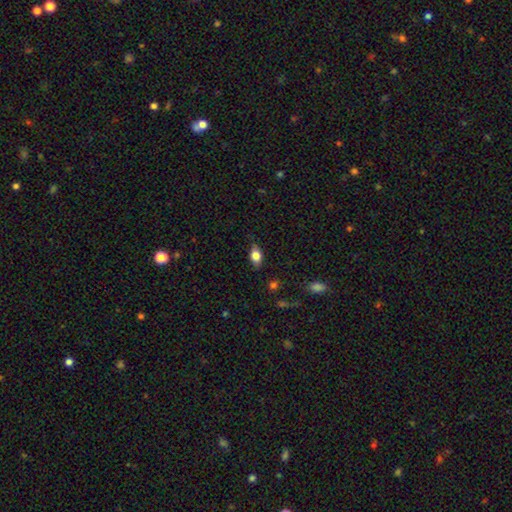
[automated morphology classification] A smooth galaxy with no disk features (77%) that is in between round and cigar-shaped (84%). Merging: none (76%).